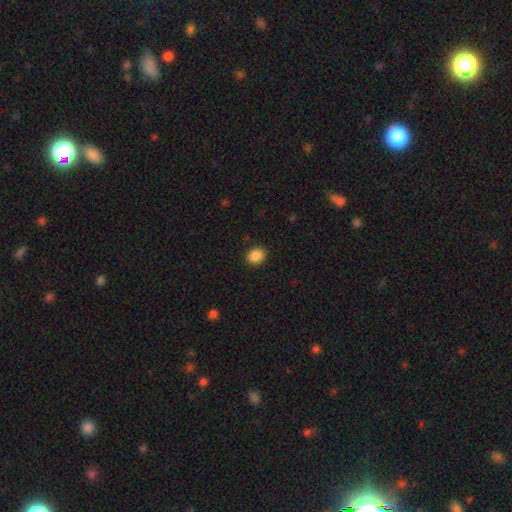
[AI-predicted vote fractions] Morphology: type=smooth (88%); roundness=round (57%); merging=none (90%).